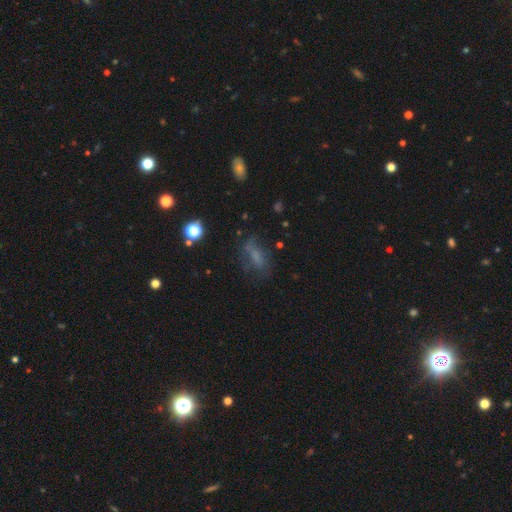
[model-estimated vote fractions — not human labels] A smooth galaxy with no disk features (51%) that is in between round and cigar-shaped (72%). Merging: none (50%).